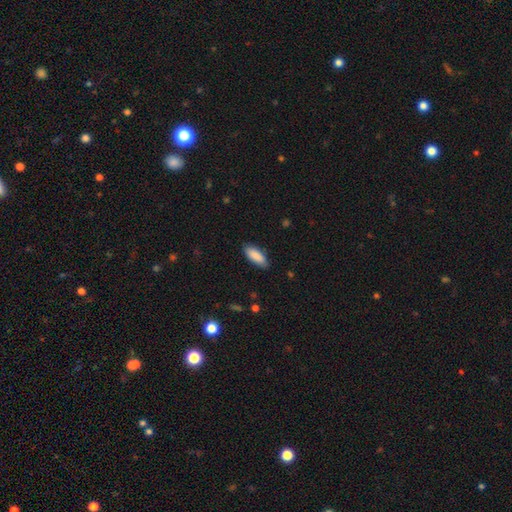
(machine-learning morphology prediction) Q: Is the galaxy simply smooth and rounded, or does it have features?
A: smooth — 89%.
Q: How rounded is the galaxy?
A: in between — 74%.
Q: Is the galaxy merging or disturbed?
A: none — 86%.